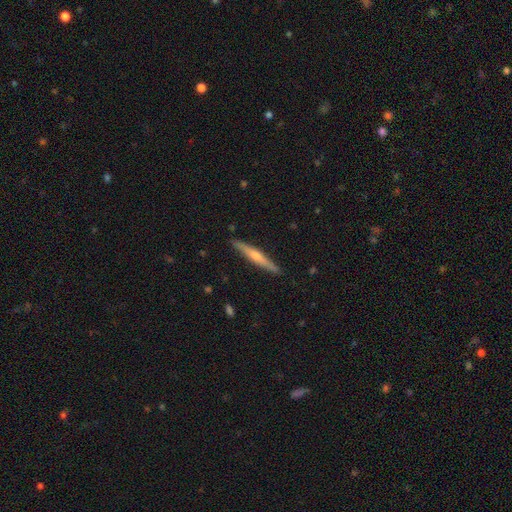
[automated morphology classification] Q: Smooth or featured?
A: featured or disk (61%); runner-up: smooth (33%)
Q: Edge-on disk?
A: yes (97%); runner-up: no (3%)
Q: Edge-on bulge?
A: rounded (74%); runner-up: none (18%)
Q: Merging?
A: none (91%); runner-up: minor disturbance (7%)